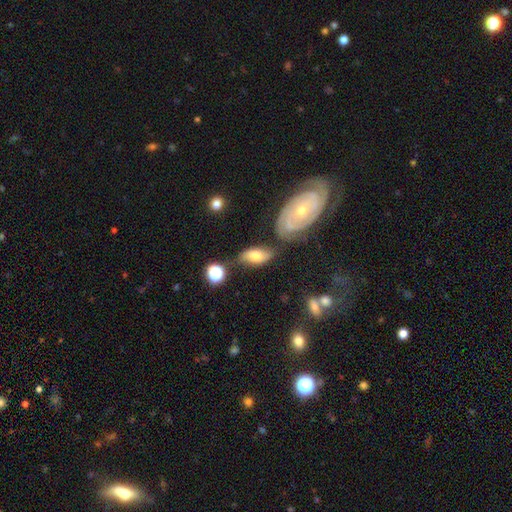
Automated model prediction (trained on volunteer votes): The model was most divided on "smooth or featured": smooth: 57%, featured or disk: 34%, star or artifact: 9%. More confident: how rounded — in between (88%); merging — none (58%).